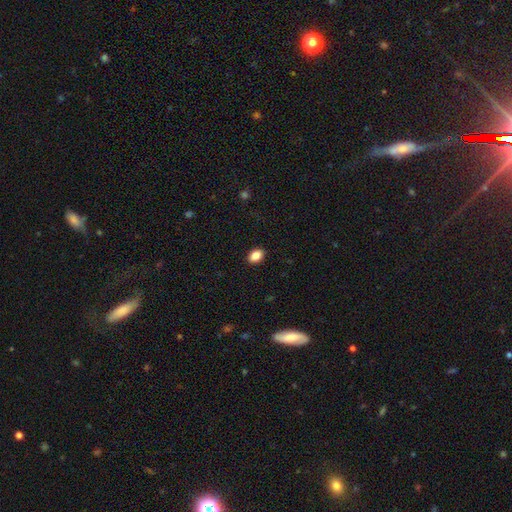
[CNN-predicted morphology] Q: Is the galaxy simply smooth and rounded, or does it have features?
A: smooth — 86%.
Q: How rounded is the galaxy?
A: in between — 83%.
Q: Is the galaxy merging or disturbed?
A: none — 90%.